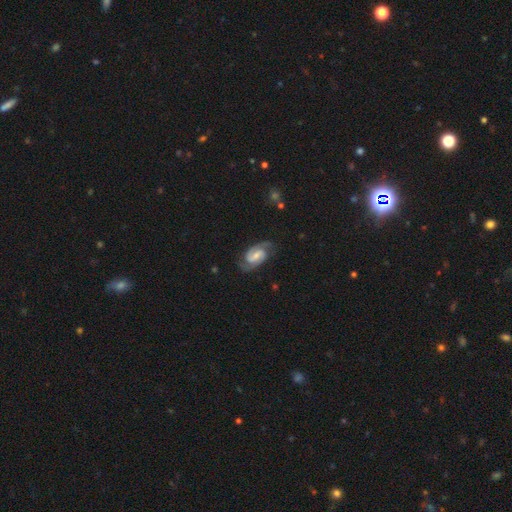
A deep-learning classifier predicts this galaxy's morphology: Q: Smooth or featured?
A: featured or disk (88%); runner-up: smooth (7%)
Q: Edge-on disk?
A: no (97%); runner-up: yes (3%)
Q: Bar?
A: weak (53%); runner-up: strong (25%)
Q: Spiral arms?
A: yes (98%); runner-up: no (2%)
Q: Spiral winding?
A: medium (52%); runner-up: tight (37%)
Q: Spiral arm count?
A: 2 (93%); runner-up: can't tell (3%)
Q: Bulge size?
A: small (44%); runner-up: moderate (39%)
Q: Merging?
A: none (80%); runner-up: minor disturbance (14%)